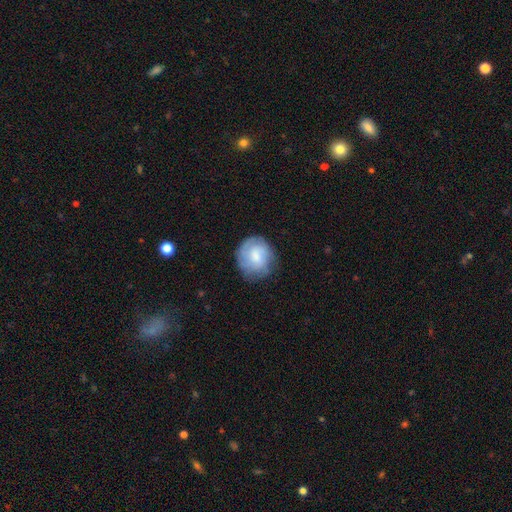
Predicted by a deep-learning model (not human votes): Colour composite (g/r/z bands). It shows a smooth galaxy with no disk features (66%) that is round (80%). Merging: none (71%).